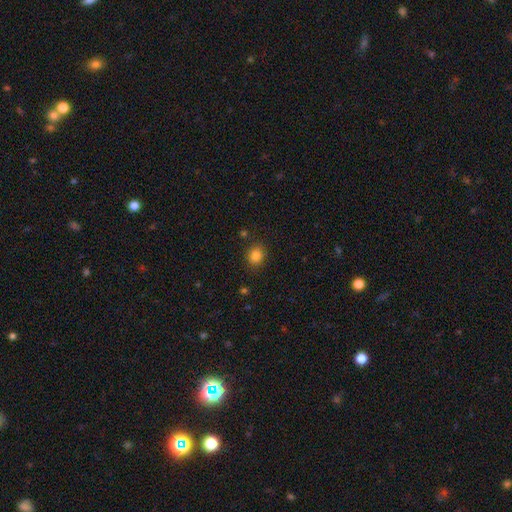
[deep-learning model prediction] A smooth galaxy with no disk features (83%) that is round (69%). Merging: none (86%).